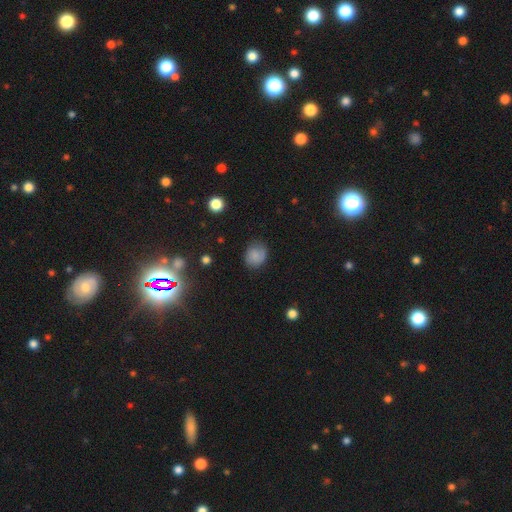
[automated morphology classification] Smooth or featured: smooth — 76% (featured or disk — 13%)
How rounded: round — 68% (in between — 32%)
Merging: none — 71% (minor disturbance — 22%)